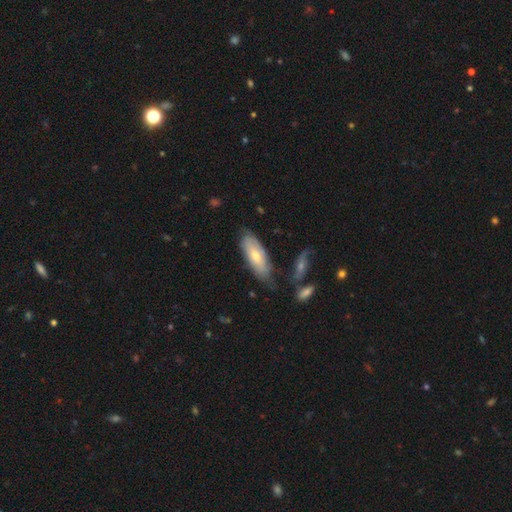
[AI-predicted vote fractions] Smooth or featured? smooth (55%)
How rounded? in between (69%)
Merging? none (69%)